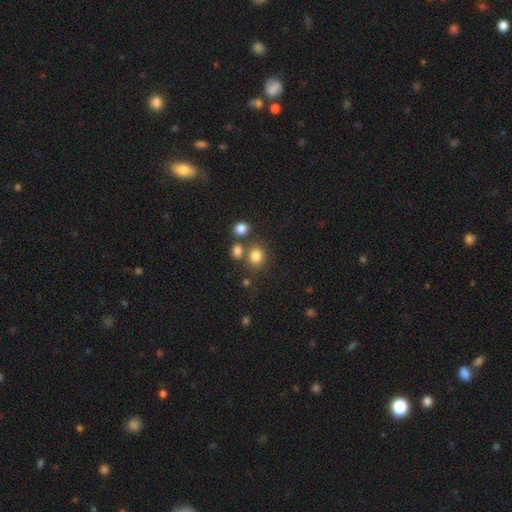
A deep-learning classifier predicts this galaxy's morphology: A smooth galaxy with no disk features (80%) that is round (71%).

Vote fractions:
- Smooth or featured? smooth: 80% / star or artifact: 13% / featured or disk: 7%
- How rounded? round: 71% / in between: 28% / cigar-shaped: 1%
- Merging? none: 66% / merger: 19% / minor disturbance: 10% / major disturbance: 4%